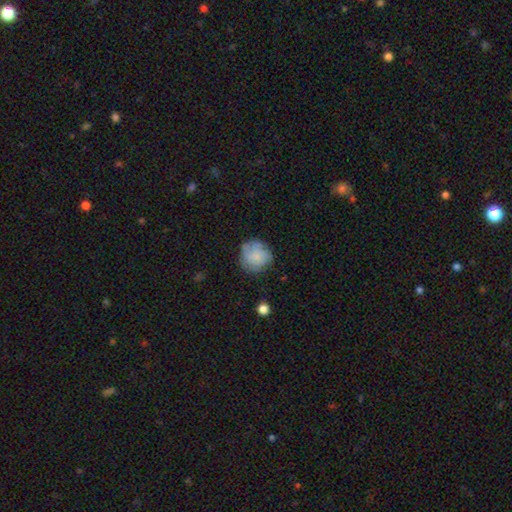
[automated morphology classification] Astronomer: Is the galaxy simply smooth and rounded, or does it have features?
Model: smooth — 65%.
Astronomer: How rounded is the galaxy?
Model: round — 87%.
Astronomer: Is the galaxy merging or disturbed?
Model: none — 68%.